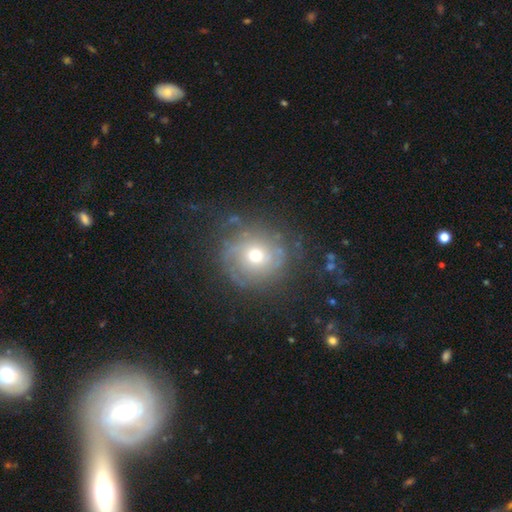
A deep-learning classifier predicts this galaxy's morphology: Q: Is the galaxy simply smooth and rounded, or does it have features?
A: featured or disk — 49%.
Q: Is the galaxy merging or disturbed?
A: none — 71%.